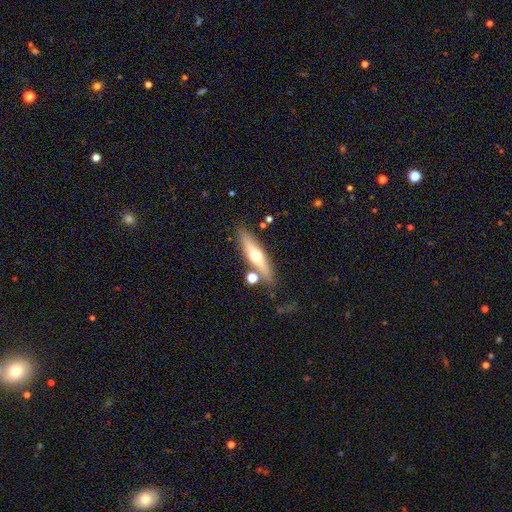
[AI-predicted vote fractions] Overall: featured or disk (52%; smooth 42%). Edge-on disk: yes (88%). Merging: none (78%).